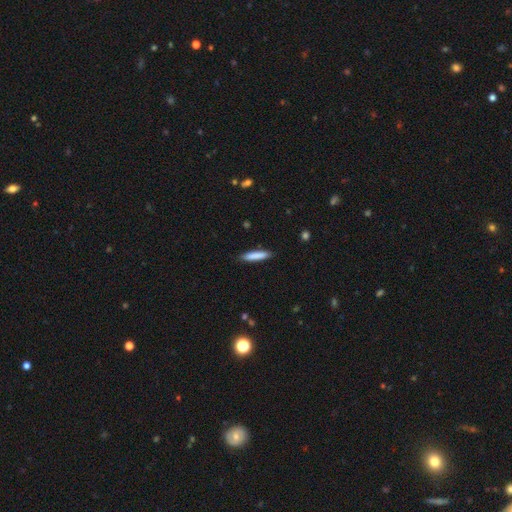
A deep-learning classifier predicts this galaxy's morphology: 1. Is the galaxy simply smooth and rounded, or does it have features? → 84% smooth, 10% featured or disk, 6% star or artifact.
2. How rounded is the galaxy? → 86% cigar-shaped, 12% in between, 1% round.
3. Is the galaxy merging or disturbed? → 88% none, 9% minor disturbance, 2% major disturbance, 1% merger.